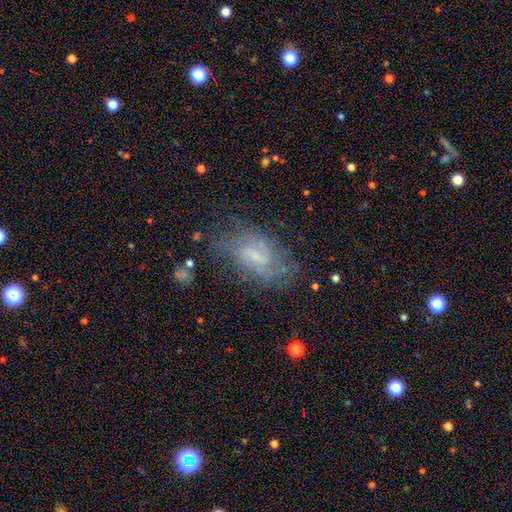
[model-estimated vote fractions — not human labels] Smooth or featured: featured or disk — 68% (smooth — 22%)
Edge-on disk: no — 94% (yes — 6%)
Bar: weak — 53% (no — 29%)
Spiral arms: yes — 78% (no — 22%)
Bulge size: small — 51% (none — 24%)
Merging: none — 59% (minor disturbance — 23%)